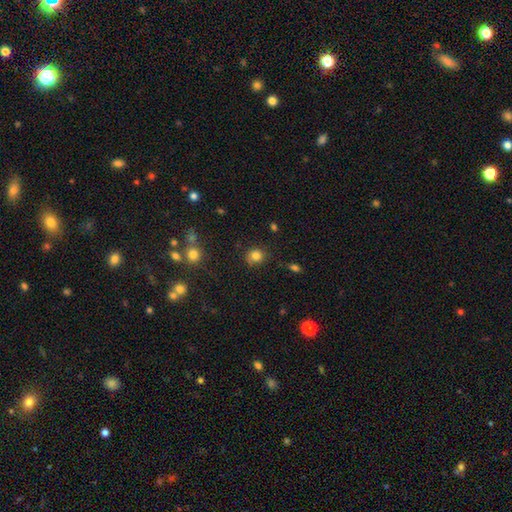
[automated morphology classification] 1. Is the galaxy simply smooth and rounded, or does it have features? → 81% smooth, 13% star or artifact, 6% featured or disk.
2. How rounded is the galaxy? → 83% round, 16% in between, 1% cigar-shaped.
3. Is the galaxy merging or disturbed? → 77% none, 15% minor disturbance, 4% major disturbance, 4% merger.